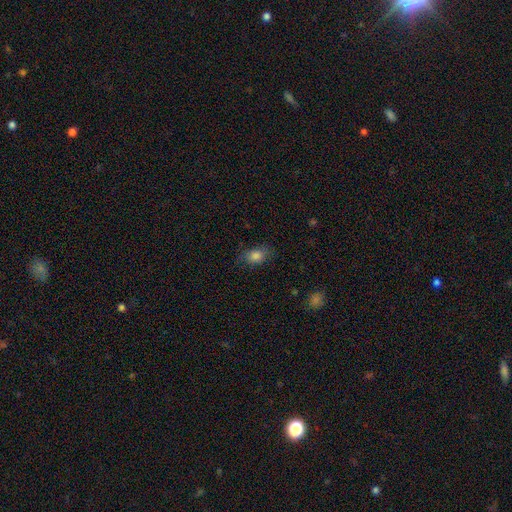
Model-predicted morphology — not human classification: This is clearly a smooth galaxy (83%). How rounded: likely in between (76%). Merging: likely none (75%).